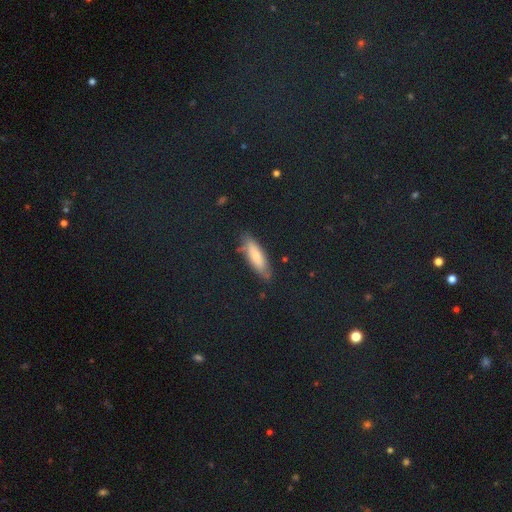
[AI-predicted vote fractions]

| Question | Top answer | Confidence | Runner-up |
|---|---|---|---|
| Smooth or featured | smooth | 71% | star or artifact (15%) |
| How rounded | in between | 49% | cigar-shaped (47%) |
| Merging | none | 84% | minor disturbance (11%) |